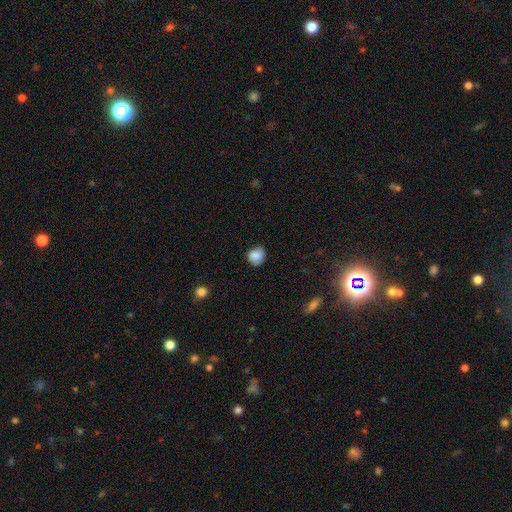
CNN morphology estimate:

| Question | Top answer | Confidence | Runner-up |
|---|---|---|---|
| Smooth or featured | smooth | 85% | star or artifact (9%) |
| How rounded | round | 71% | in between (28%) |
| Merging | none | 69% | minor disturbance (25%) |